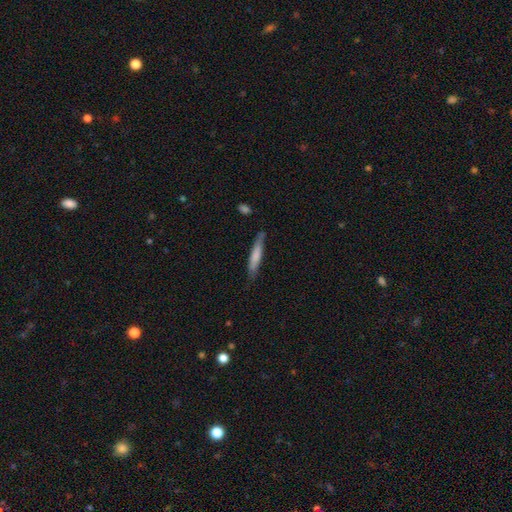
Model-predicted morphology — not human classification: smooth-or-featured: smooth: 71% | featured or disk: 24% | star or artifact: 5%
  how-rounded: cigar-shaped: 91% | in between: 8% | round: 1%
  merging: none: 76% | minor disturbance: 18% | major disturbance: 3% | merger: 2%